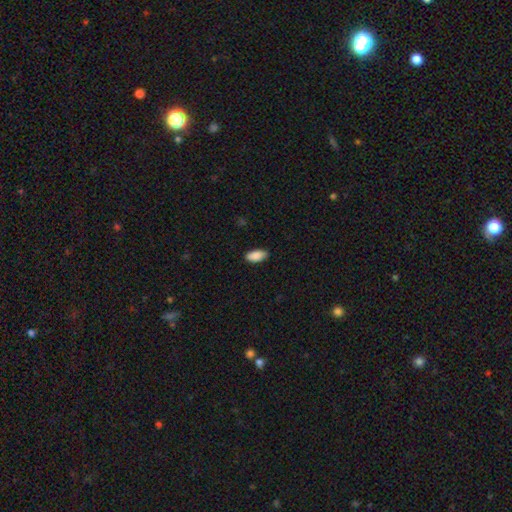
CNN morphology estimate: type=smooth (90%); roundness=in between (92%); merging=none (86%).